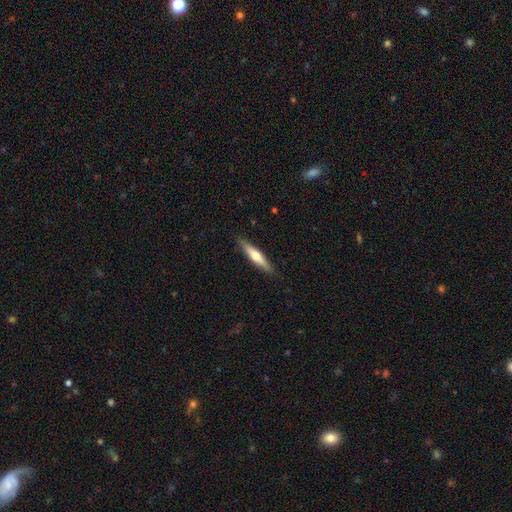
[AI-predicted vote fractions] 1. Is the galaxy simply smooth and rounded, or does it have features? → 50% smooth, 44% featured or disk, 5% star or artifact.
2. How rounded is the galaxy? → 85% cigar-shaped, 14% in between, 1% round.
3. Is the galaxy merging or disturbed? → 88% none, 9% minor disturbance, 2% major disturbance, 1% merger.